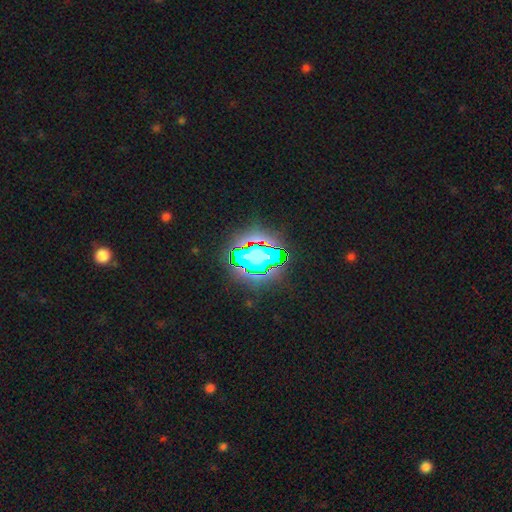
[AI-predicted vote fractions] star or artifact 56%, smooth 23%, featured or disk 21%.